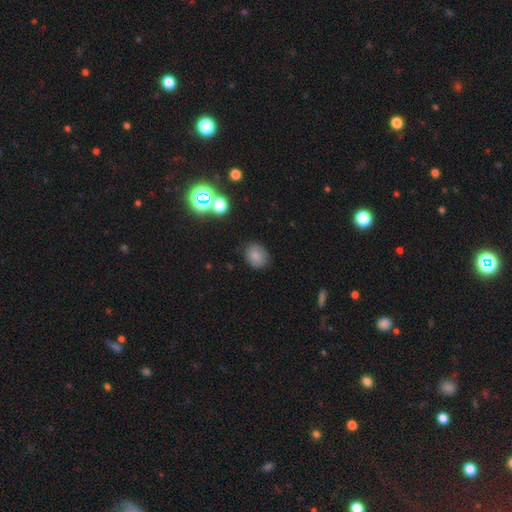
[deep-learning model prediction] Smooth or featured? smooth (80%)
How rounded? round (55%)
Merging? none (82%)